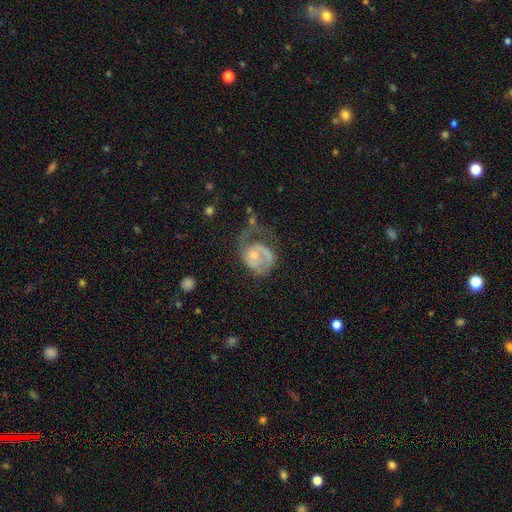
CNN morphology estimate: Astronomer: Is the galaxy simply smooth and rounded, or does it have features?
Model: featured or disk — 77%.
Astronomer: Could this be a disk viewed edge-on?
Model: no — 98%.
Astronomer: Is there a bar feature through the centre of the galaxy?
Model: no — 70%.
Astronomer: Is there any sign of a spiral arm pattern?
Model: yes — 88%.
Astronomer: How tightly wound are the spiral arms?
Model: medium — 40% (runner-up: tight, 35%).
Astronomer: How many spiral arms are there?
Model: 1 — 48% (runner-up: 2, 36%).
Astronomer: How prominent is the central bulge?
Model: small — 51% (runner-up: moderate, 41%).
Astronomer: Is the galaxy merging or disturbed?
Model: major disturbance — 41% (runner-up: none, 32%).